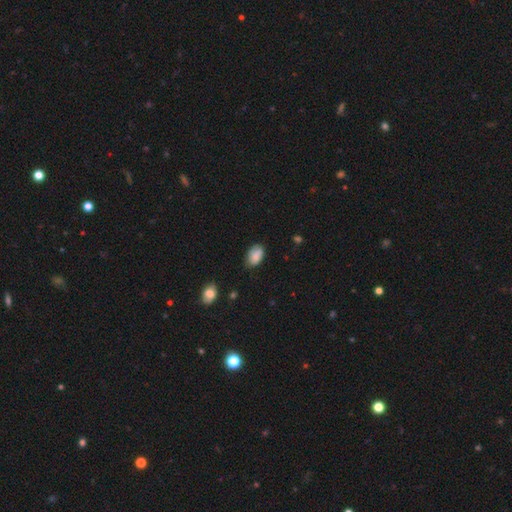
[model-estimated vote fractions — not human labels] smooth 84%, featured or disk 8%, star or artifact 8%. Down the decision tree: how rounded — in between (91%); merging — none (68%).